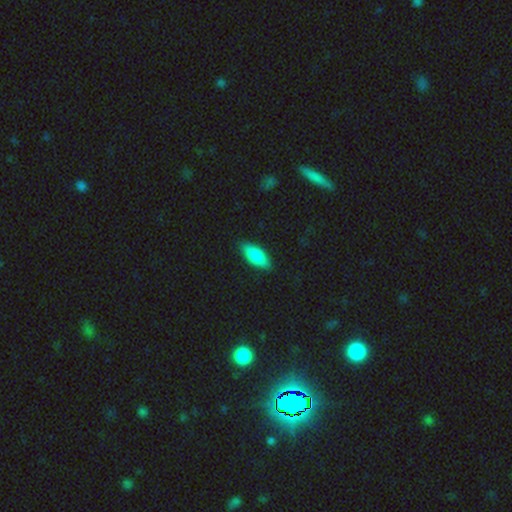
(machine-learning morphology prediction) smooth_or_featured: smooth (p=0.80) [alt: featured or disk p=0.14]
how_rounded: in between (p=0.81) [alt: cigar-shaped p=0.17]
merging: none (p=0.87) [alt: minor disturbance p=0.10]